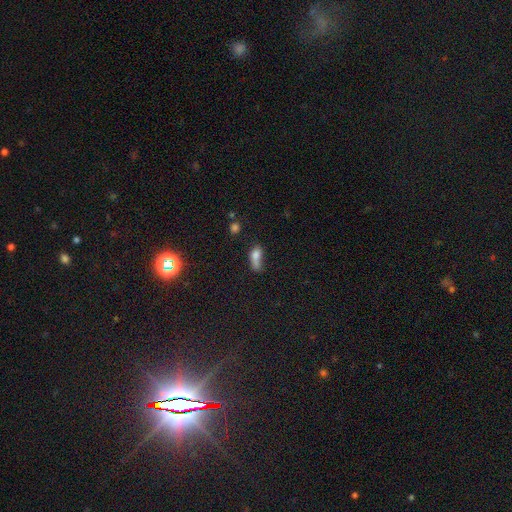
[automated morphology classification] Smooth or featured?
  - smooth: 72% *
  - featured or disk: 14%
  - star or artifact: 14%
How rounded?
  - in between: 69% *
  - round: 16%
  - cigar-shaped: 15%
Merging?
  - none: 27% *
  - merger: 26%
  - major disturbance: 24%
  - minor disturbance: 23%